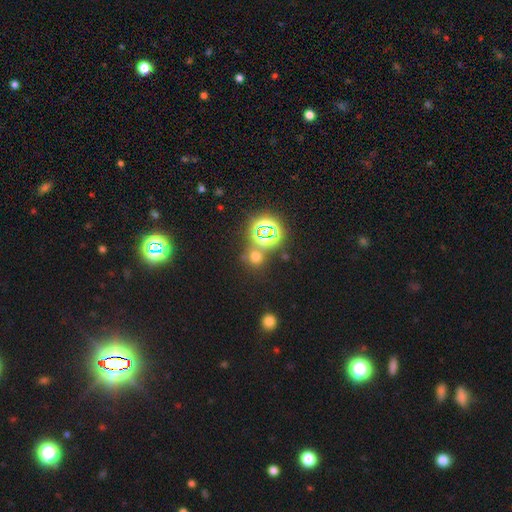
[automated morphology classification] Smooth or featured? smooth (50%)
Merging? none (72%)